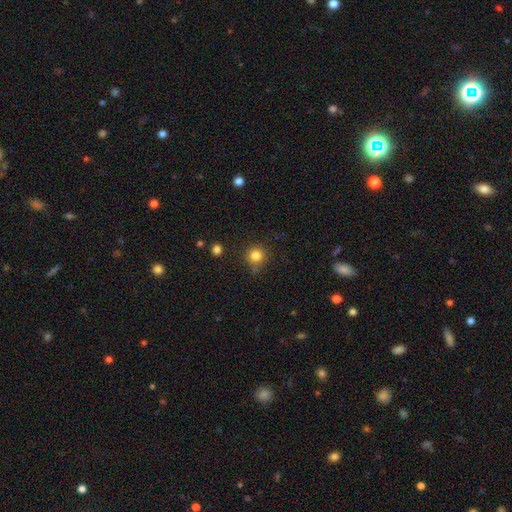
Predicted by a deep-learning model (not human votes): Q: Smooth or featured?
A: smooth (82%); runner-up: star or artifact (13%)
Q: How rounded?
A: round (93%); runner-up: in between (6%)
Q: Merging?
A: none (79%); runner-up: minor disturbance (13%)